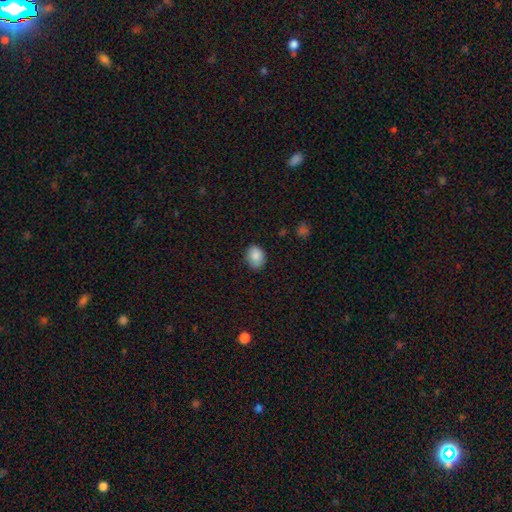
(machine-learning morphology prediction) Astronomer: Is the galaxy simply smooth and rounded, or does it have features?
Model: smooth — 88%.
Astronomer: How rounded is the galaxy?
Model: in between — 65%.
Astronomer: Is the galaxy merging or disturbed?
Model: none — 82%.